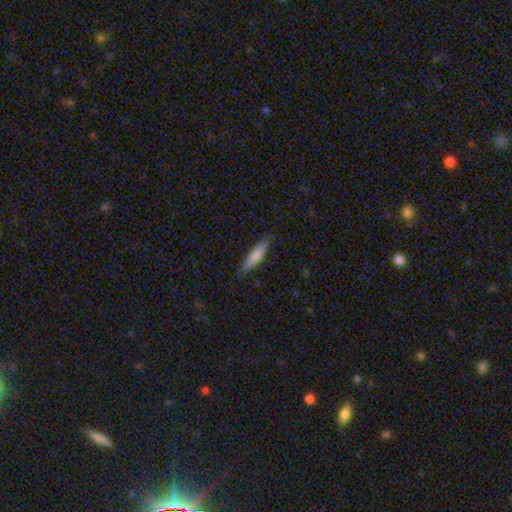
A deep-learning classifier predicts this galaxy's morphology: Smooth or featured?
  - smooth: 78% *
  - featured or disk: 17%
  - star or artifact: 6%
How rounded?
  - cigar-shaped: 81% *
  - in between: 18%
  - round: 1%
Merging?
  - none: 84% *
  - minor disturbance: 13%
  - major disturbance: 2%
  - merger: 1%